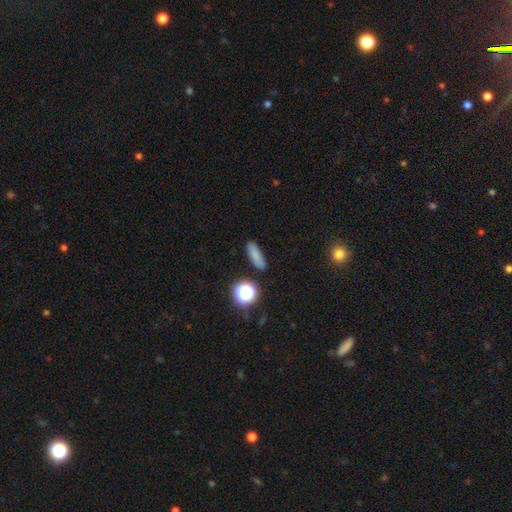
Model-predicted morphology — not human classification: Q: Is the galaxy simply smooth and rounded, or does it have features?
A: smooth — 79%.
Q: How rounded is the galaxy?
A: cigar-shaped — 46%.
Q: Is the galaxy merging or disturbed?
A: none — 85%.